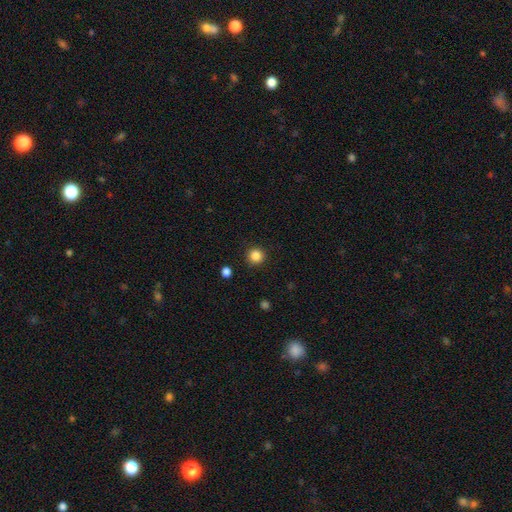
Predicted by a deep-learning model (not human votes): Morphology: type=smooth (86%); roundness=round (95%); merging=none (92%).